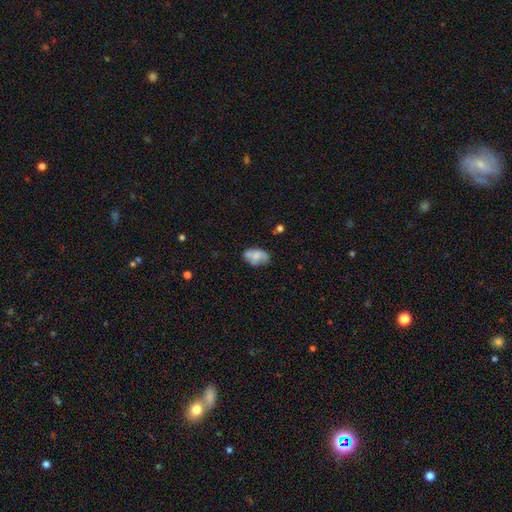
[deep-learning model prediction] Smooth or featured? smooth (56%)
How rounded? in between (88%)
Merging? none (50%)